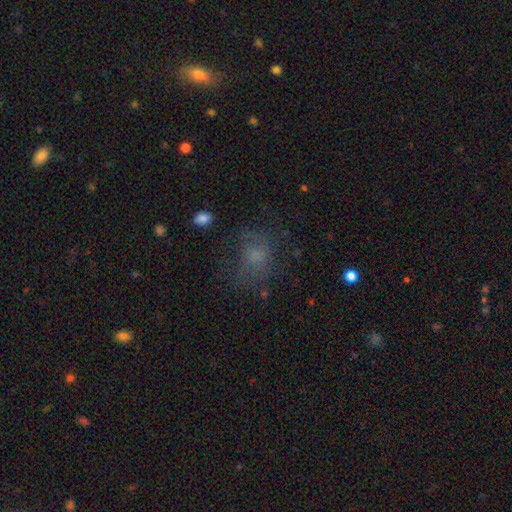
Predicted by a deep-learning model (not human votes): Morphology: type=smooth (59%); roundness=round (59%); merging=none (58%).